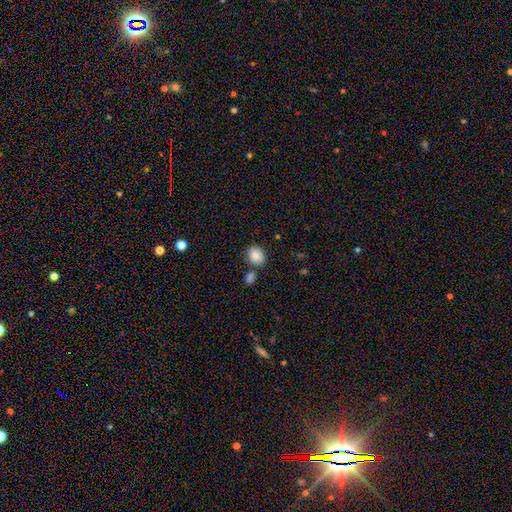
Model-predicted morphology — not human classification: A smooth galaxy with no disk features (86%) that is in between round and cigar-shaped (50%). Merging: none (71%).